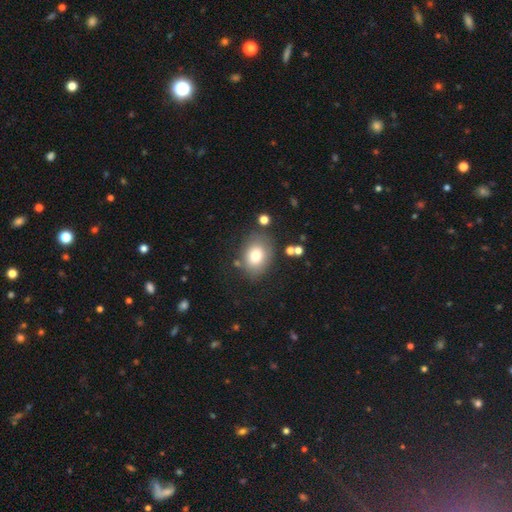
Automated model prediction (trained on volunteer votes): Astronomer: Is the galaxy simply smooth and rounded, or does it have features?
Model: smooth — 77%.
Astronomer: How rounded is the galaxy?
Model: in between — 60% (runner-up: round, 39%).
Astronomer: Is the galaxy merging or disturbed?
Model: none — 73%.